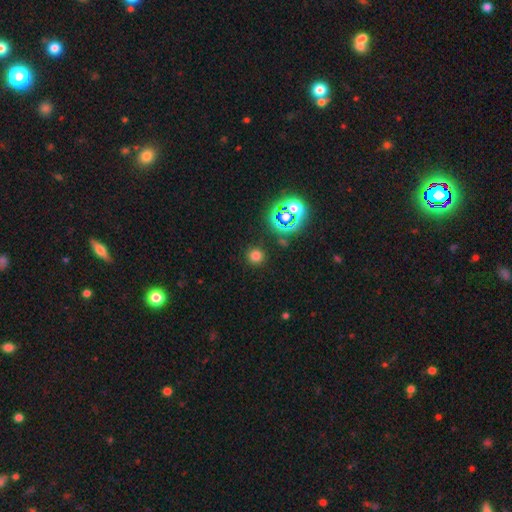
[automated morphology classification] Overall: smooth (72%). How rounded: round (92%). Merging: none (89%).